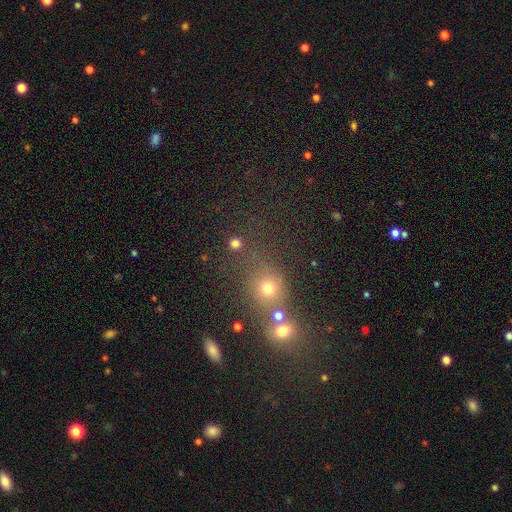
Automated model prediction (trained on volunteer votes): Smooth or featured? Predicted: smooth (p=0.44). Merging? Predicted: none (p=0.51).